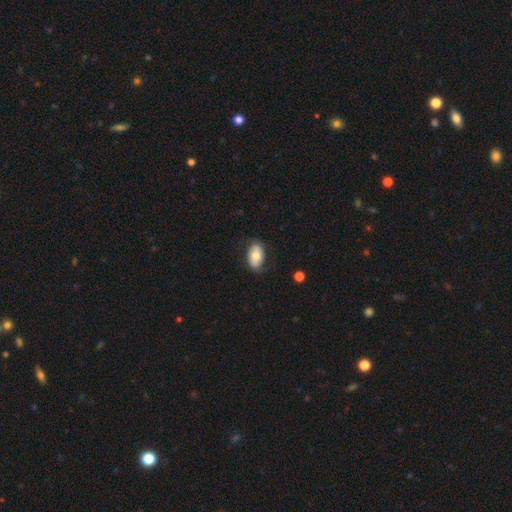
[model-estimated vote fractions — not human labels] smooth-or-featured: smooth: 63% | featured or disk: 30% | star or artifact: 6%
  how-rounded: in between: 92% | round: 6% | cigar-shaped: 2%
  merging: none: 77% | minor disturbance: 17% | major disturbance: 5% | merger: 1%